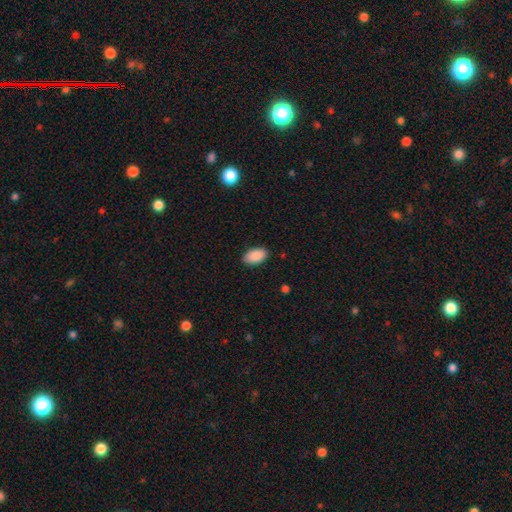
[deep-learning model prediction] Smooth or featured? smooth (90%)
How rounded? in between (94%)
Merging? none (86%)